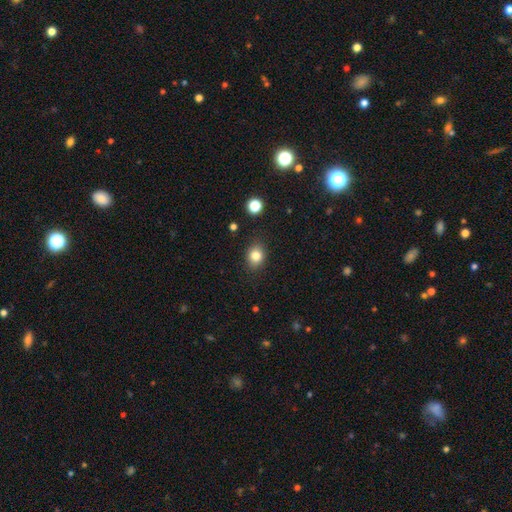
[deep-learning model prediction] The model was most divided on "how rounded": round: 52%, in between: 47%, cigar-shaped: 1%. More confident: merging — none (86%); smooth or featured — smooth (82%).